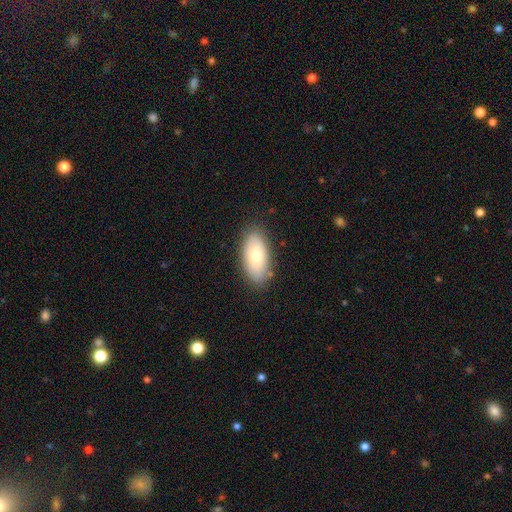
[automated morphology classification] smooth 73%, featured or disk 21%, star or artifact 7%. Down the decision tree: how rounded — in between (92%); merging — none (84%).